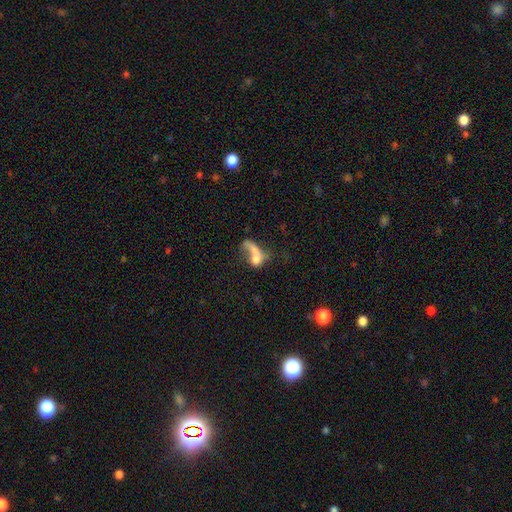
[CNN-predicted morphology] smooth_or_featured: smooth (p=0.56) [alt: featured or disk p=0.31]
how_rounded: in between (p=0.59) [alt: round p=0.28]
merging: merger (p=0.47) [alt: major disturbance p=0.26]